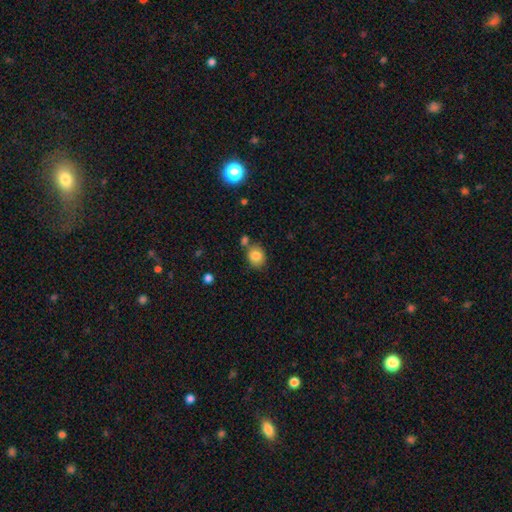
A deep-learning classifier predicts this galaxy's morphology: Smooth or featured: smooth — 84% (star or artifact — 9%)
How rounded: round — 66% (in between — 33%)
Merging: none — 67% (merger — 16%)